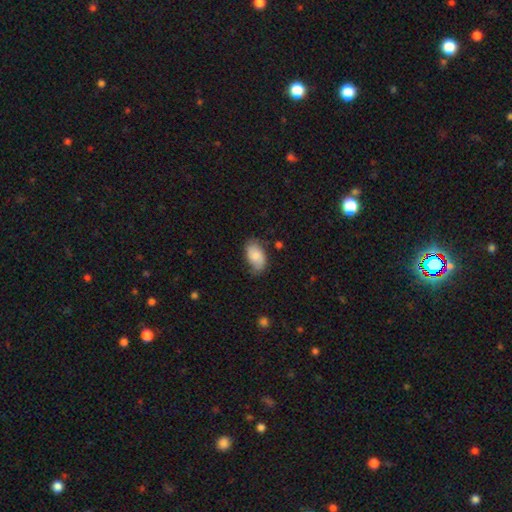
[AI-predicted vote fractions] smooth 75%, featured or disk 18%, star or artifact 7%. Down the decision tree: how rounded — in between (94%); merging — none (61%).